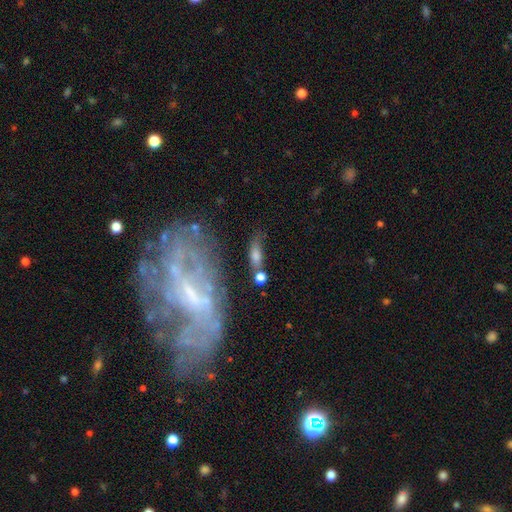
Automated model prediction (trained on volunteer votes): Smooth or featured?
  - smooth: 50% *
  - featured or disk: 39%
  - star or artifact: 11%
Merging?
  - none: 56% *
  - minor disturbance: 19%
  - major disturbance: 12%
  - merger: 12%